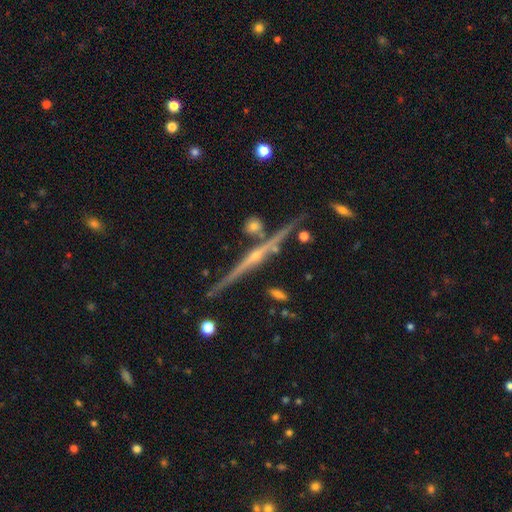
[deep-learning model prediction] Overall: featured or disk (87%). Edge-on disk: yes (98%). Edge-on bulge: rounded (84%). Merging: none (86%).